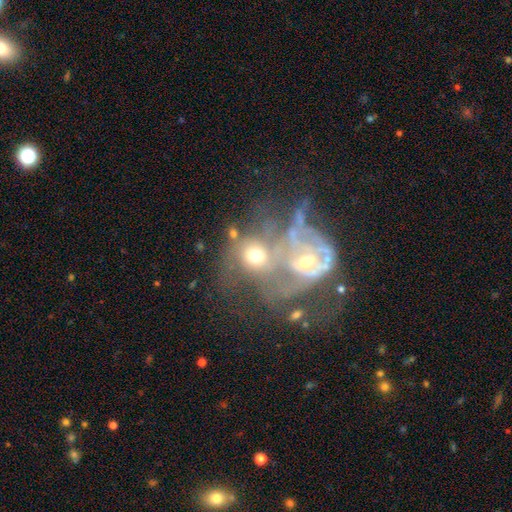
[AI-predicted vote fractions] Overall: featured or disk (51%; smooth 34%). Edge-on disk: no (96%). Merging: merger (70%).